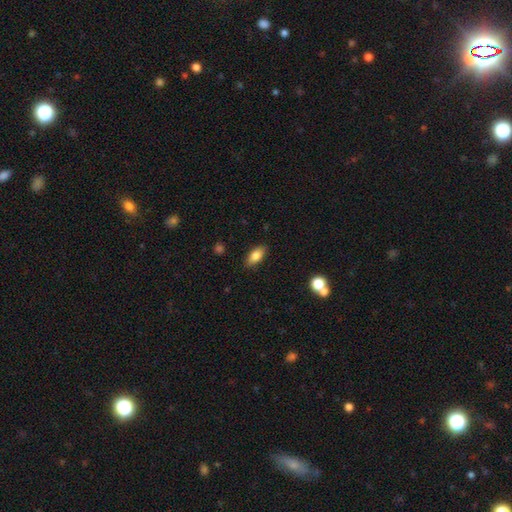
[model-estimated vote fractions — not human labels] A smooth galaxy with no disk features (82%) that is in between round and cigar-shaped (88%).

Vote fractions:
- Smooth or featured? smooth: 82% / featured or disk: 10% / star or artifact: 8%
- How rounded? in between: 88% / cigar-shaped: 8% / round: 4%
- Merging? none: 87% / minor disturbance: 10% / major disturbance: 2% / merger: 1%